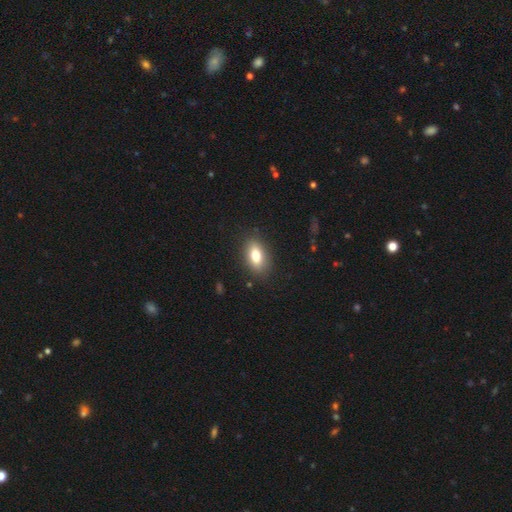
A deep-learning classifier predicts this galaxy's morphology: This is likely a smooth galaxy (79%). How rounded: clearly in between (88%). Merging: clearly none (86%).